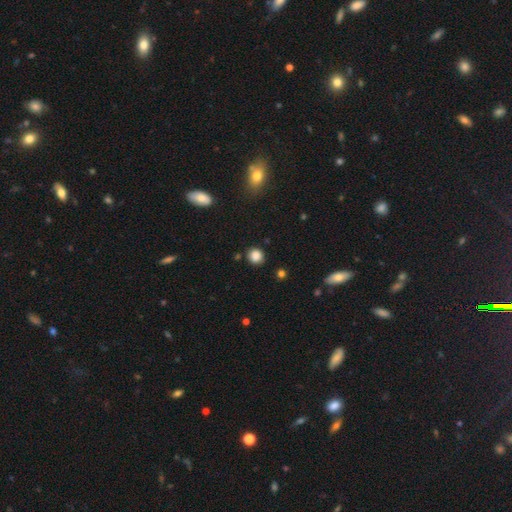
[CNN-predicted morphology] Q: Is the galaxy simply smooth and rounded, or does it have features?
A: smooth — 85%.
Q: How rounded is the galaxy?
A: round — 85%.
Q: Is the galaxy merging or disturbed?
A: none — 87%.